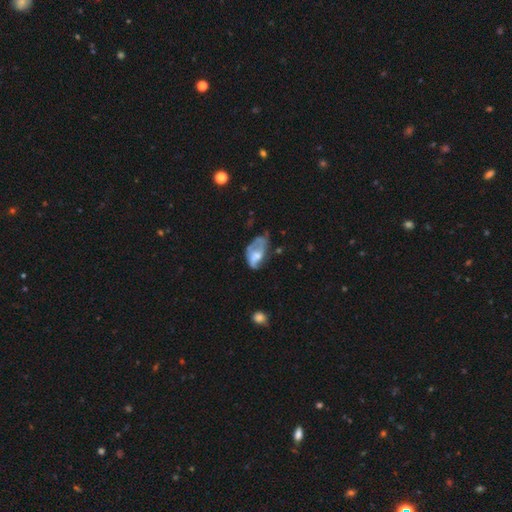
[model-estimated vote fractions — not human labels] Smooth or featured: featured or disk — 52% (smooth — 40%)
Edge-on disk: no — 95% (yes — 5%)
Merging: major disturbance — 38% (minor disturbance — 29%)